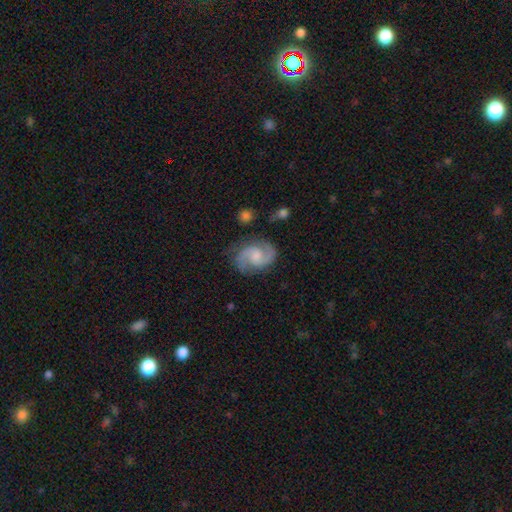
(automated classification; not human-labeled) This appears to be a featured or disk galaxy (88%) with no bar (51%), 2 (93%) medium (60%) spiral arms (98%) and a moderate central bulge (41%). Merging: none (79%).